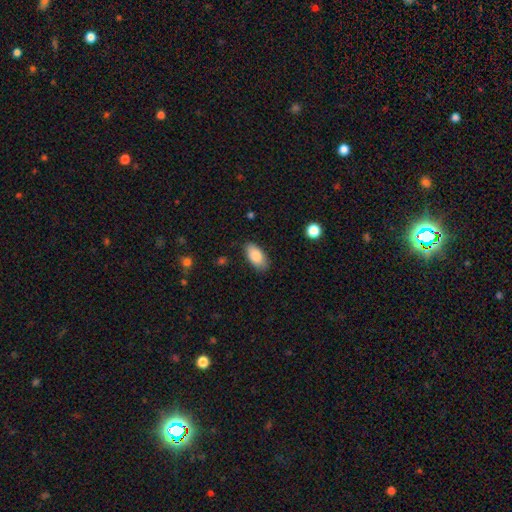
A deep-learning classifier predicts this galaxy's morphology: A smooth galaxy with no disk features (87%) that is in between round and cigar-shaped (94%).

Vote fractions:
- Smooth or featured? smooth: 87% / featured or disk: 7% / star or artifact: 7%
- How rounded? in between: 94% / cigar-shaped: 3% / round: 3%
- Merging? none: 84% / minor disturbance: 12% / major disturbance: 3% / merger: 1%